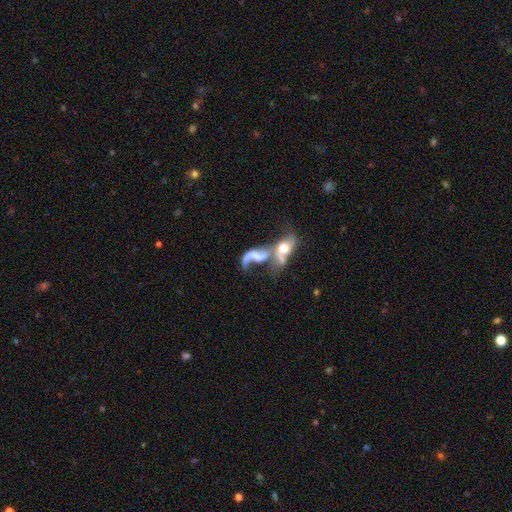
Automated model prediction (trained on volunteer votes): Smooth or featured? featured or disk (70%)
Edge-on disk? no (93%)
Bar? no (53%)
Spiral arms? yes (79%)
Spiral winding? loose (80%)
Spiral arm count? 2 (66%)
Bulge size? moderate (34%)
Merging? merger (71%)